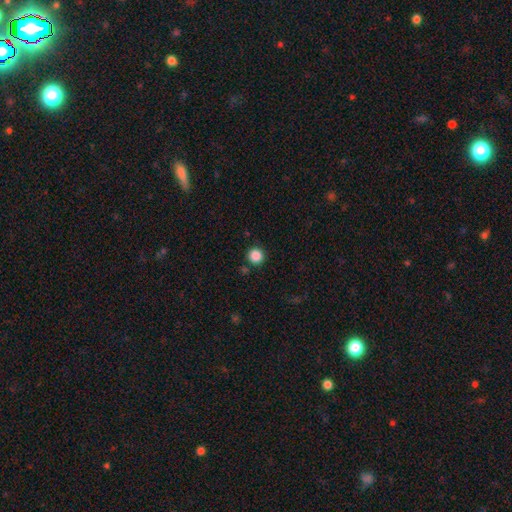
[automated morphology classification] Q: Smooth or featured?
A: smooth (86%); runner-up: star or artifact (11%)
Q: How rounded?
A: round (95%); runner-up: in between (4%)
Q: Merging?
A: none (89%); runner-up: minor disturbance (6%)